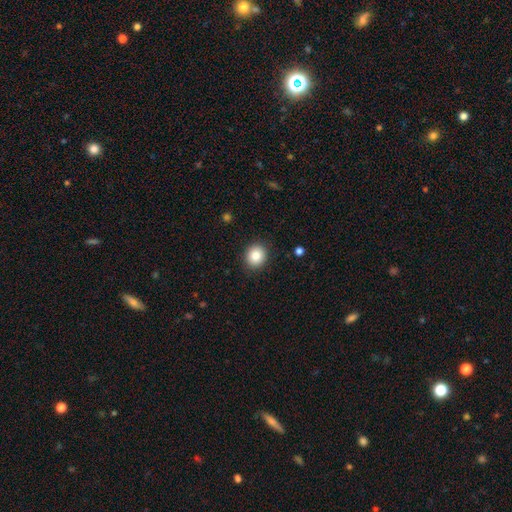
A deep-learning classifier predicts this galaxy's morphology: Smooth or featured: smooth — 85% (star or artifact — 9%)
How rounded: round — 79% (in between — 20%)
Merging: none — 90% (minor disturbance — 7%)